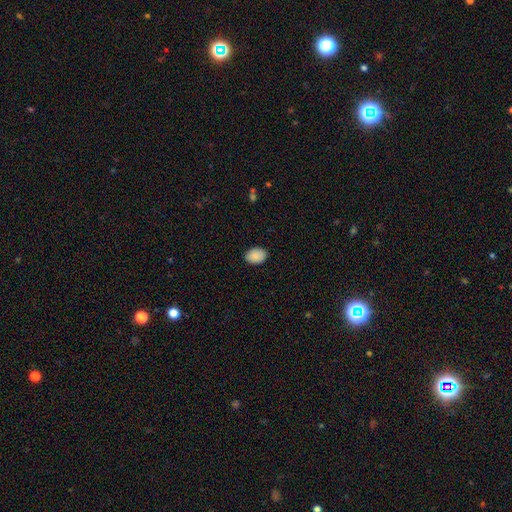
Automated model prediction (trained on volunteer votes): Smooth or featured? smooth (90%)
How rounded? in between (79%)
Merging? none (88%)